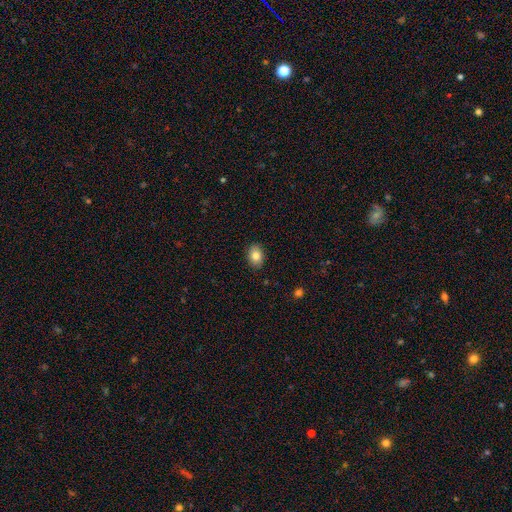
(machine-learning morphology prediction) Smooth or featured: smooth — 83% (featured or disk — 9%)
How rounded: in between — 76% (round — 23%)
Merging: none — 88% (minor disturbance — 9%)